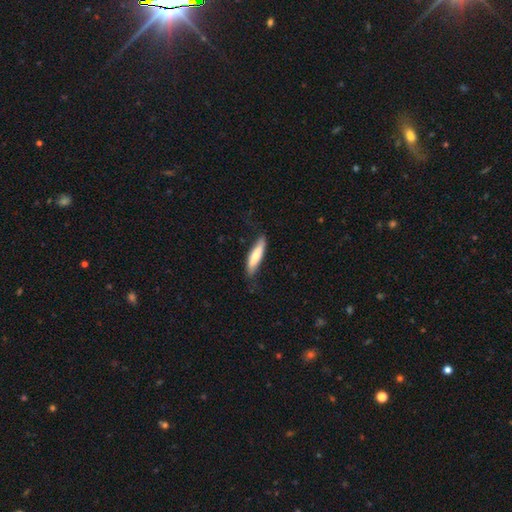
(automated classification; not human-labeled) Smooth or featured? smooth (68%)
How rounded? cigar-shaped (76%)
Merging? none (72%)